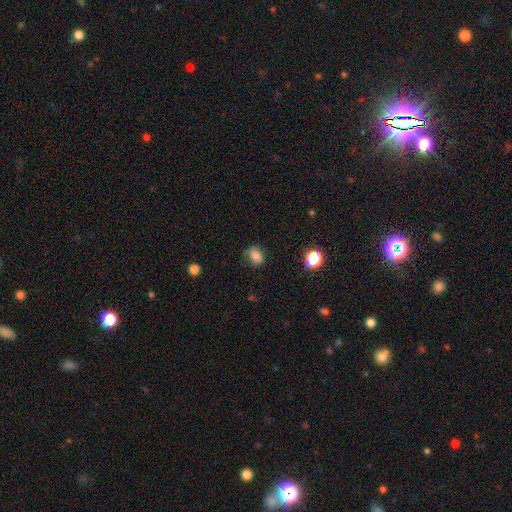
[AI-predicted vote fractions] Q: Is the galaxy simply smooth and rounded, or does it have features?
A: smooth — 79%.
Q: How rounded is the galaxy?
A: in between — 65%.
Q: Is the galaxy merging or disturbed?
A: none — 67%.